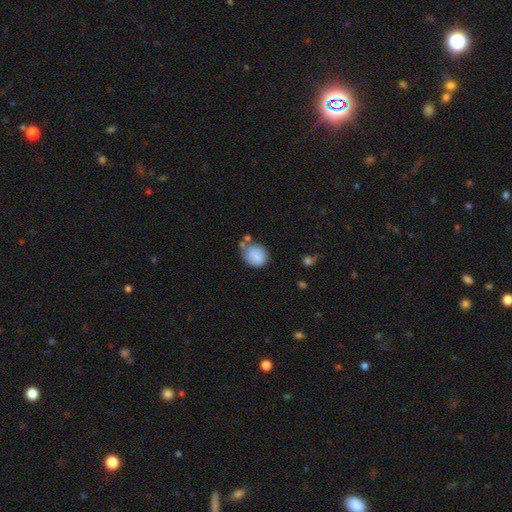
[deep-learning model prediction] A smooth galaxy with no disk features (79%) that is round (57%).

Vote fractions:
- Smooth or featured? smooth: 79% / featured or disk: 13% / star or artifact: 8%
- How rounded? round: 57% / in between: 42% / cigar-shaped: 1%
- Merging? none: 47% / minor disturbance: 28% / merger: 15% / major disturbance: 10%